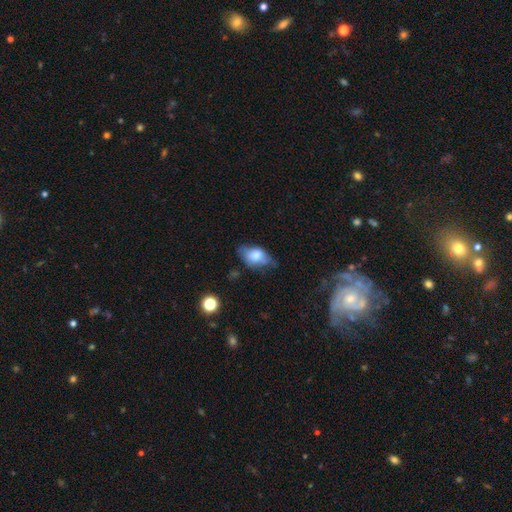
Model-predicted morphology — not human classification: Smooth or featured?
  - smooth: 66% *
  - featured or disk: 25%
  - star or artifact: 8%
How rounded?
  - in between: 86% *
  - round: 11%
  - cigar-shaped: 4%
Merging?
  - none: 49% *
  - minor disturbance: 35%
  - major disturbance: 13%
  - merger: 3%